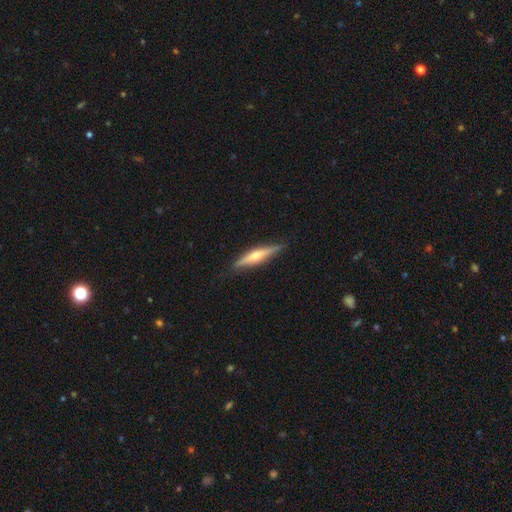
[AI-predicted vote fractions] Smooth or featured? Predicted: featured or disk (p=0.66). Edge-on disk? Predicted: yes (p=0.96). Edge-on bulge? Predicted: rounded (p=0.88). Merging? Predicted: none (p=0.88).